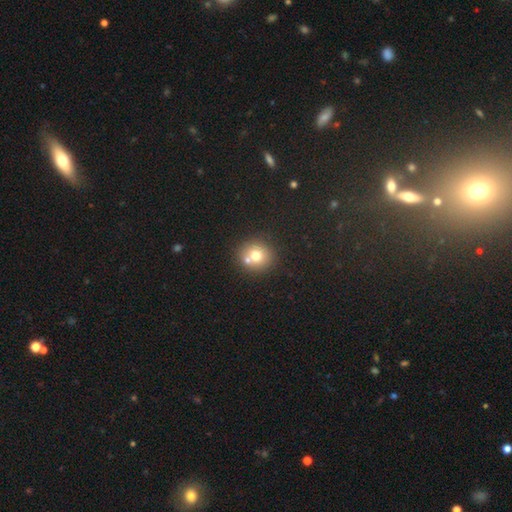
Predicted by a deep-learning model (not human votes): This is likely a smooth galaxy (71%). How rounded: clearly round (88%). Merging: likely none (62%).